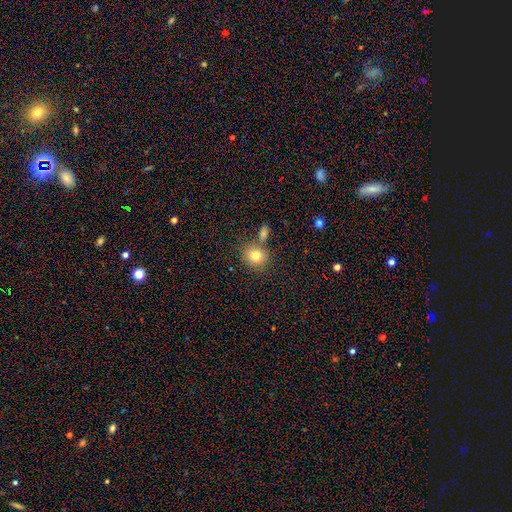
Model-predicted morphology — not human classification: This appears to be a smooth galaxy with no disk features (80%) that is round (80%). Merging: none (68%).